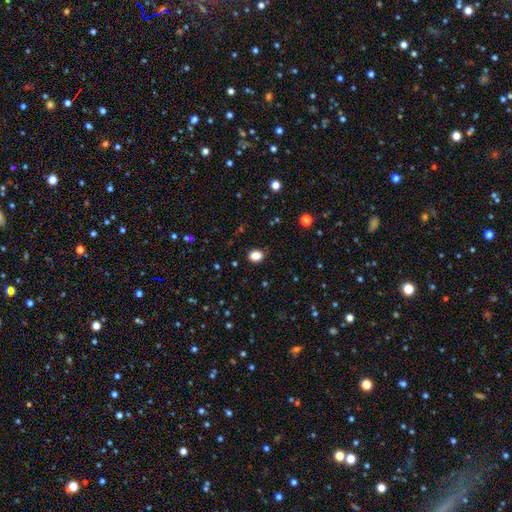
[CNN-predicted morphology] This is clearly a smooth galaxy (85%). How rounded: possibly in between (54%). Merging: clearly none (88%).